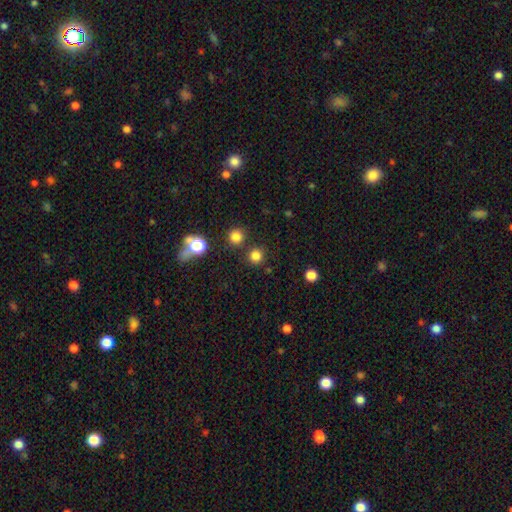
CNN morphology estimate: smooth_or_featured: smooth (p=0.79) [alt: star or artifact p=0.17]
how_rounded: round (p=0.93) [alt: in between p=0.06]
merging: none (p=0.84) [alt: merger p=0.07]